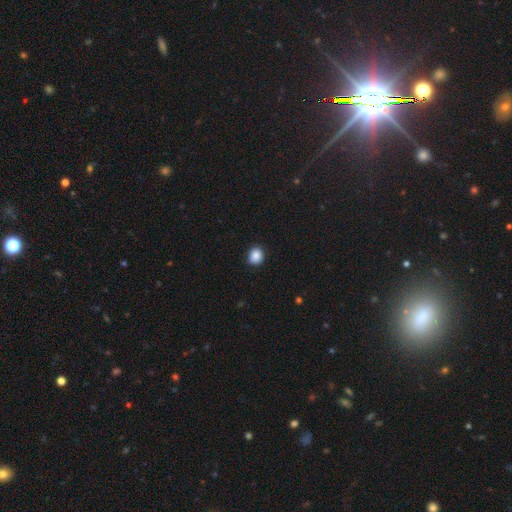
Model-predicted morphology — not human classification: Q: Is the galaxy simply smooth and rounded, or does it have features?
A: smooth — 88%.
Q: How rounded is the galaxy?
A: round — 74%.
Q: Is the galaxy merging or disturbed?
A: none — 87%.